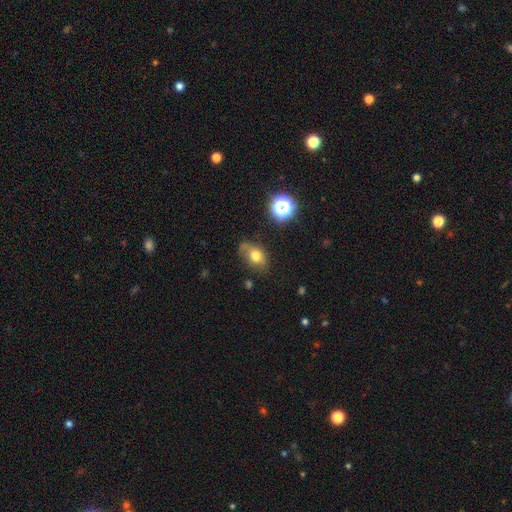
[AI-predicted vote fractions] The model was most divided on "merging": none: 58%, minor disturbance: 29%, major disturbance: 10%, merger: 3%. More confident: how rounded — in between (71%); smooth or featured — smooth (71%).